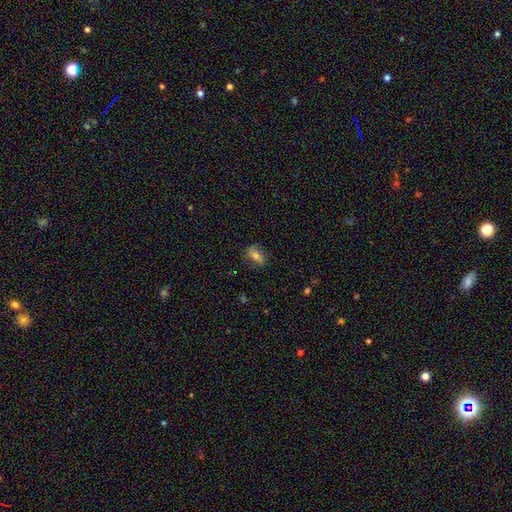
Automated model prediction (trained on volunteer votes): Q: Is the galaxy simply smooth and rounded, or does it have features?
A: smooth — 67%.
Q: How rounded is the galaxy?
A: in between — 81%.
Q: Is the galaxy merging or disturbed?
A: none — 81%.